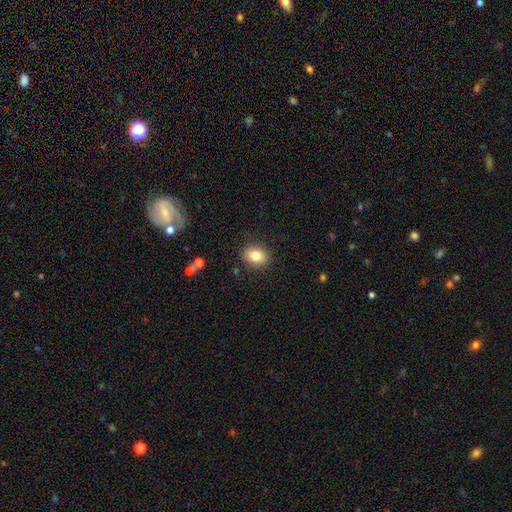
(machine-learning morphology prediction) Overall: smooth (81%). How rounded: in between (55%; round 44%). Merging: none (87%).